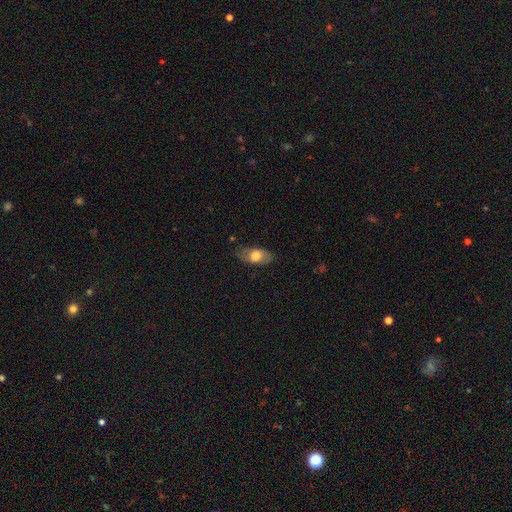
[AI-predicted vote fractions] Smooth or featured? smooth (65%)
How rounded? in between (88%)
Merging? none (72%)